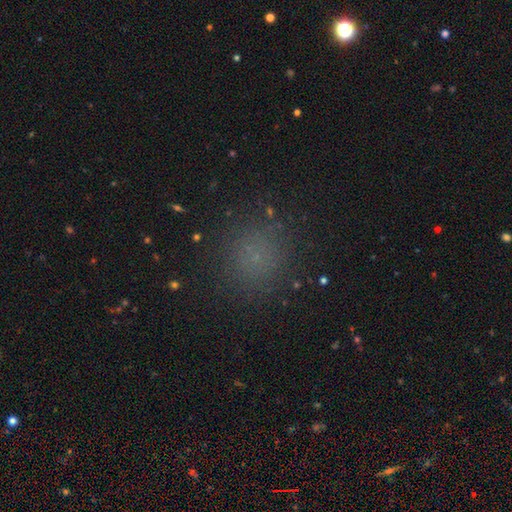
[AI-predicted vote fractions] The model was most divided on "smooth or featured": smooth: 69%, star or artifact: 25%, featured or disk: 6%. More confident: how rounded — round (90%); merging — none (87%).